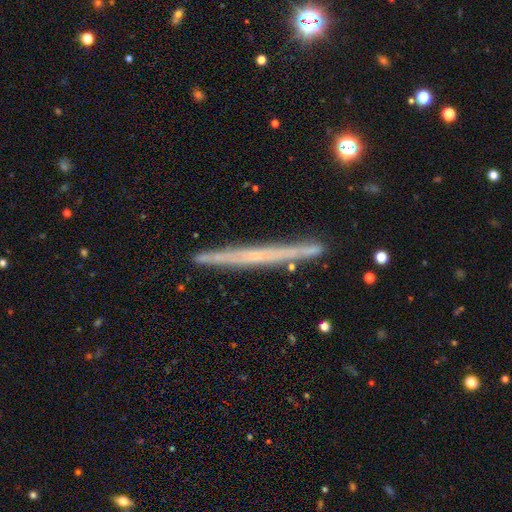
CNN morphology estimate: type=featured or disk (62%); edge-on=yes (97%); edge-on bulge=none (78%); merging=none (89%).